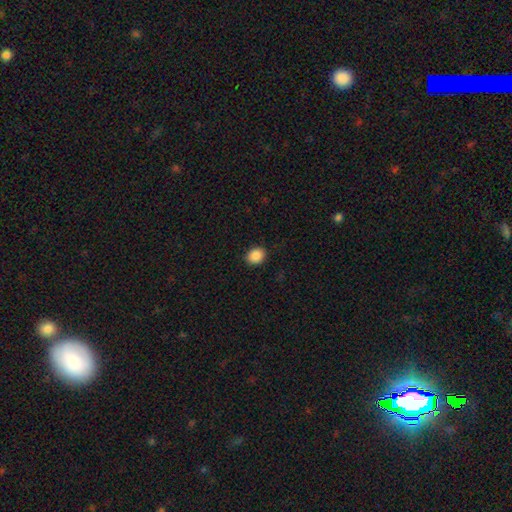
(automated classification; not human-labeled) A smooth galaxy with no disk features (88%) that is round (56%). Merging: none (90%).